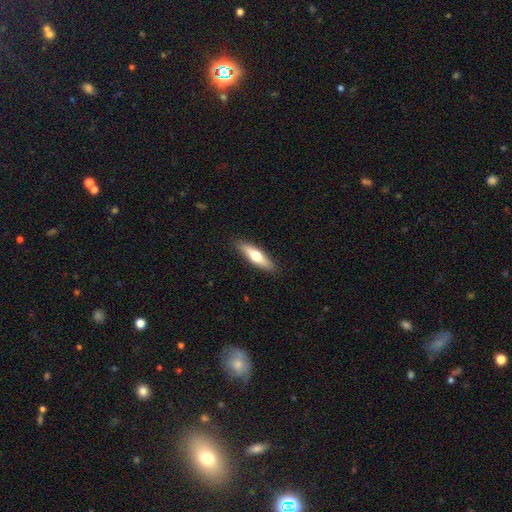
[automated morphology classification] This is possibly a smooth galaxy (58%). How rounded: likely cigar-shaped (64%). Merging: clearly none (88%).